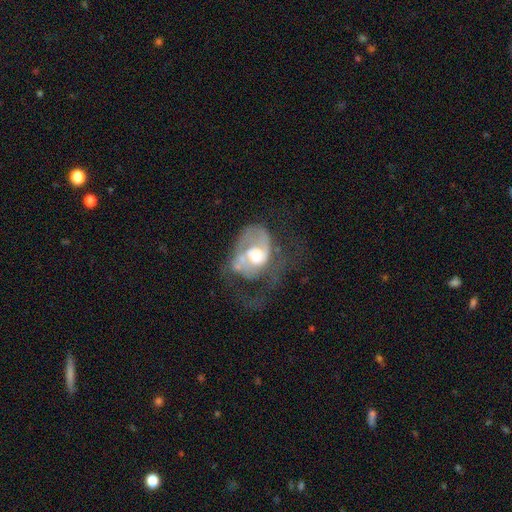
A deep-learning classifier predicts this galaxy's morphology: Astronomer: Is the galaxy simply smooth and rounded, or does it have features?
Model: featured or disk — 71%.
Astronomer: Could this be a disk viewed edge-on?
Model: no — 97%.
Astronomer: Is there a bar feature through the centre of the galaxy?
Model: no — 73%.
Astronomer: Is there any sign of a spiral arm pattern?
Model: yes — 65%.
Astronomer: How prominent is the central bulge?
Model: moderate — 58%.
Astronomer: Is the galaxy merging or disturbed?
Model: major disturbance — 51%.